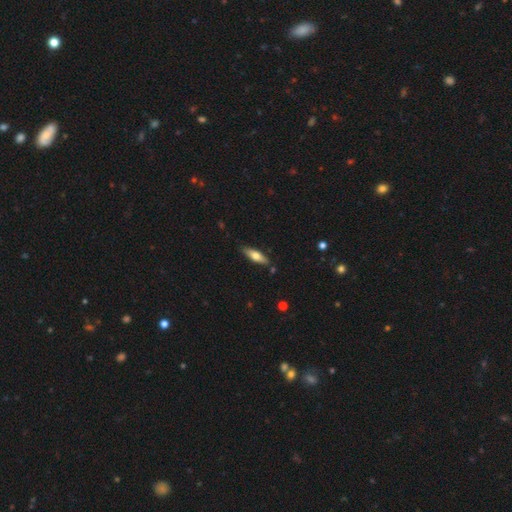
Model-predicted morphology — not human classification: Overall: smooth (63%; featured or disk 31%). How rounded: cigar-shaped (54%; in between 44%). Merging: none (83%).